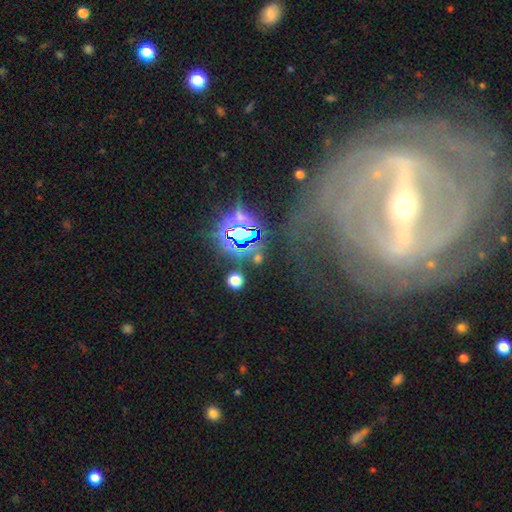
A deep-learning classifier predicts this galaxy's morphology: Q: Smooth or featured?
A: star or artifact (64%); runner-up: smooth (18%)